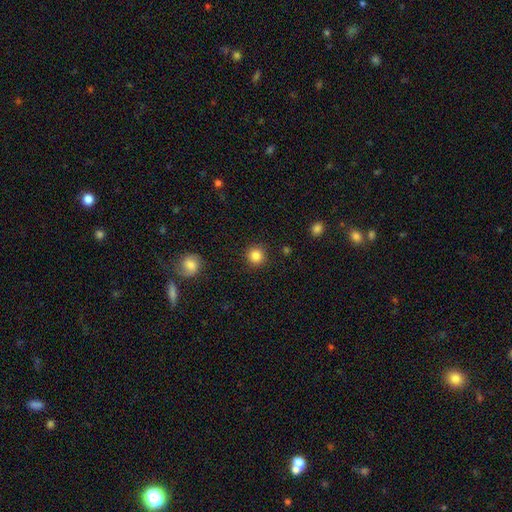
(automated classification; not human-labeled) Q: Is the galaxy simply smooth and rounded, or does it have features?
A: smooth — 85%.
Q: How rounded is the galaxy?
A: round — 94%.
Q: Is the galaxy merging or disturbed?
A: none — 90%.